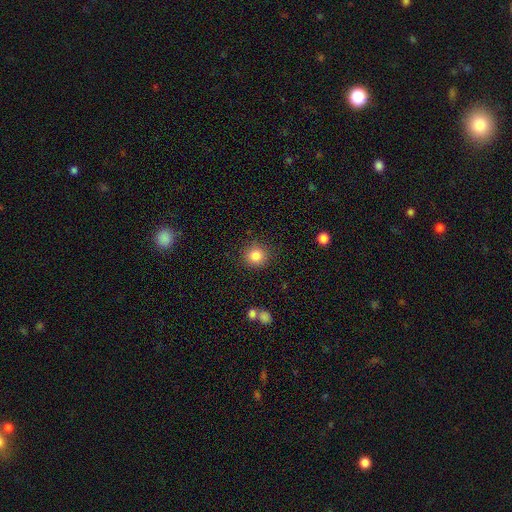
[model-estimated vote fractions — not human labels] smooth_or_featured: smooth (p=0.83) [alt: star or artifact p=0.11]
how_rounded: round (p=0.91) [alt: in between p=0.08]
merging: none (p=0.88) [alt: minor disturbance p=0.08]